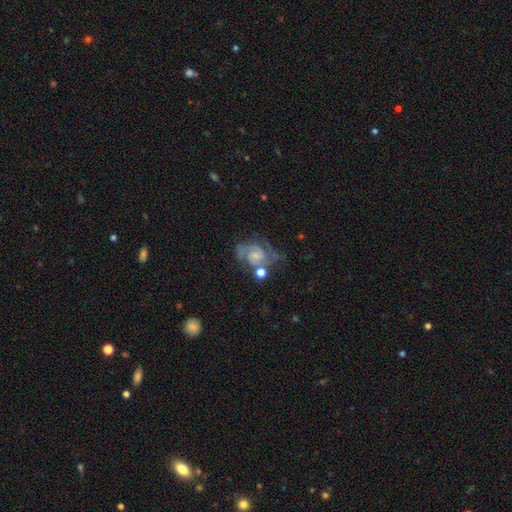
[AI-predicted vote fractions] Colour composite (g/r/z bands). It shows a featured or disk galaxy (83%) with no bar (58%), 2 (72%) medium (45%) spiral arms (96%) and a small central bulge (59%). Merging: none (51%).